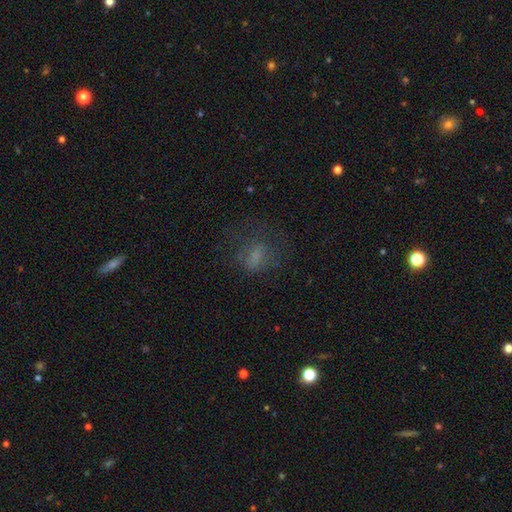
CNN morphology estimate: This is possibly a smooth galaxy (57%). How rounded: possibly in between (58%). Merging: possibly none (53%).